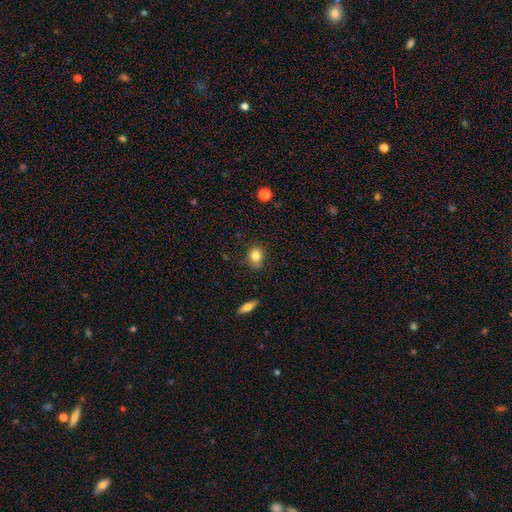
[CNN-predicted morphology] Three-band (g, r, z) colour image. It shows a smooth galaxy with no disk features (82%) that is round (54%). Merging: none (75%).